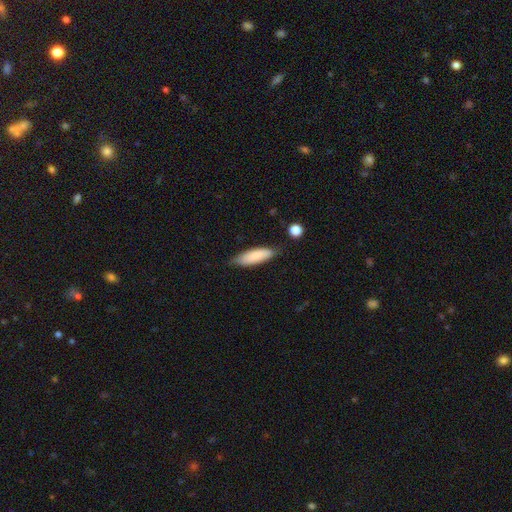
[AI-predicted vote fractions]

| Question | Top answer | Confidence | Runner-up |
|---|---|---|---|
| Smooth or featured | smooth | 82% | featured or disk (12%) |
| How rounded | in between | 52% | cigar-shaped (47%) |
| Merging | none | 73% | minor disturbance (21%) |